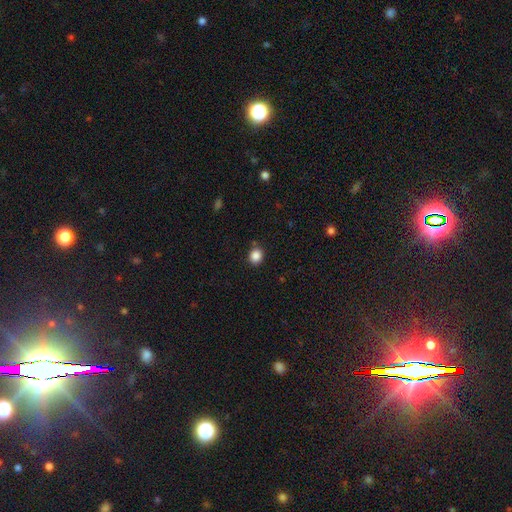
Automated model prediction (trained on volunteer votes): This is clearly a smooth galaxy (86%). How rounded: likely round (76%). Merging: clearly none (84%).